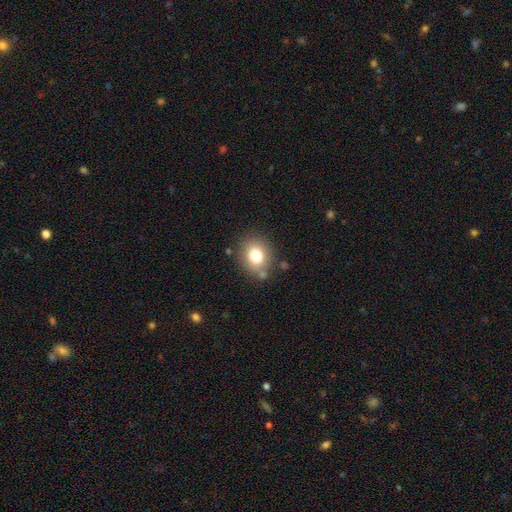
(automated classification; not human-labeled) Overall: smooth (78%). How rounded: round (59%; in between 41%). Merging: none (78%).